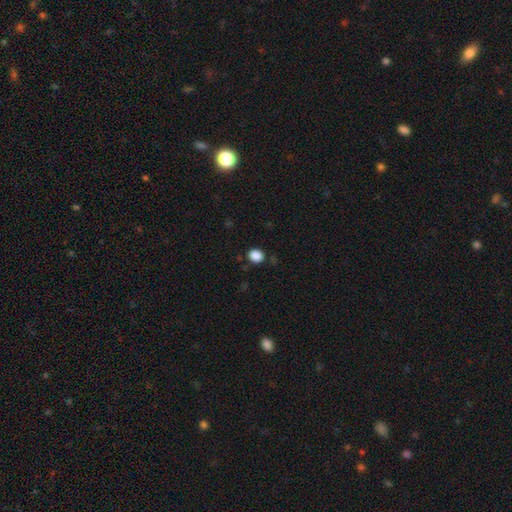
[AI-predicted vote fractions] Q: Smooth or featured?
A: smooth (87%); runner-up: star or artifact (10%)
Q: How rounded?
A: round (73%); runner-up: in between (26%)
Q: Merging?
A: none (87%); runner-up: minor disturbance (8%)